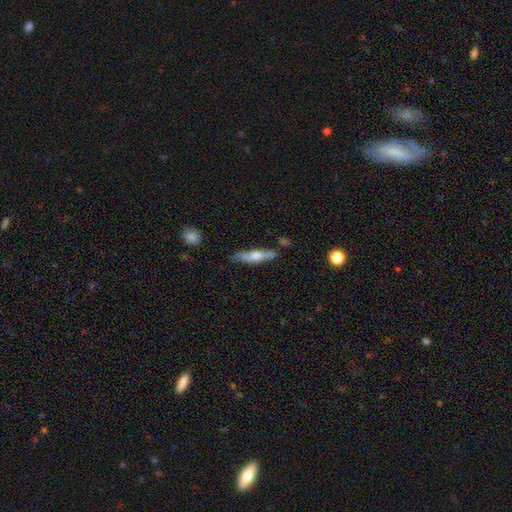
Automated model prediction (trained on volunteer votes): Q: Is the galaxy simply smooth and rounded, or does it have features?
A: smooth — 52%.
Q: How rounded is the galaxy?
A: cigar-shaped — 79%.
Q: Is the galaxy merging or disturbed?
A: none — 72%.